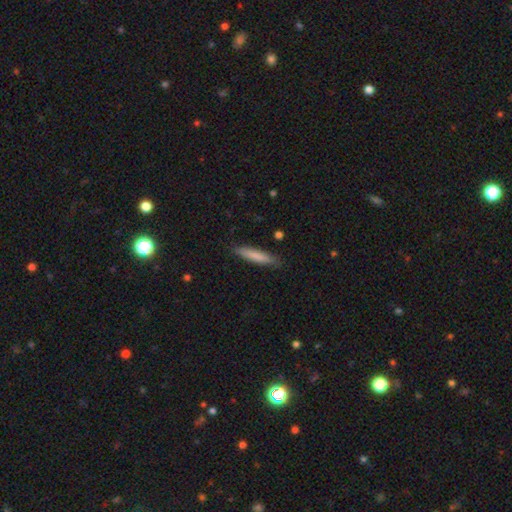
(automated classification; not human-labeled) Smooth or featured? smooth (80%)
How rounded? cigar-shaped (89%)
Merging? none (86%)